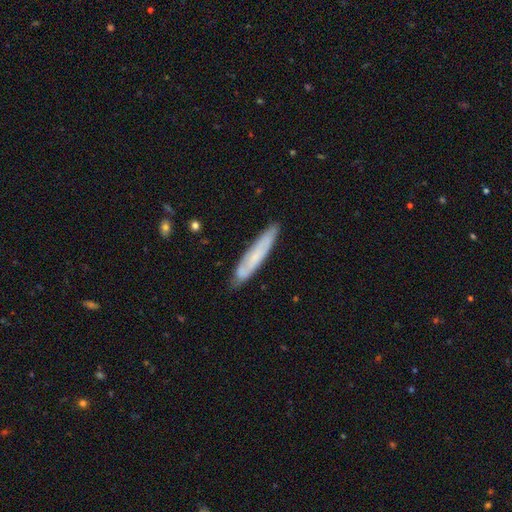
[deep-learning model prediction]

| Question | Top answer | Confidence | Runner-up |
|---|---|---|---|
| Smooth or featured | smooth | 54% | featured or disk (39%) |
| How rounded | cigar-shaped | 91% | in between (8%) |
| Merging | none | 80% | minor disturbance (16%) |